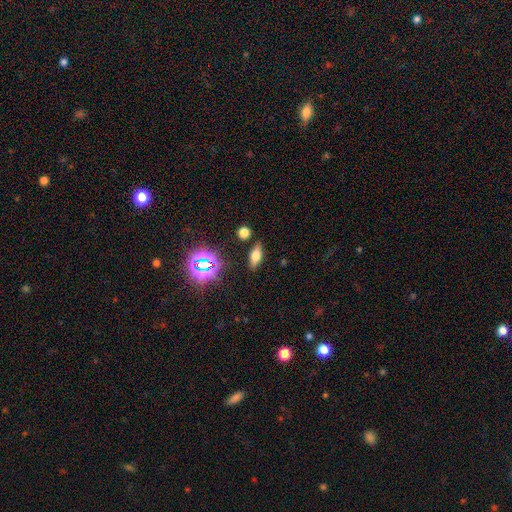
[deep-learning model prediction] smooth 53%, featured or disk 28%, star or artifact 19%. Down the decision tree: how rounded — in between (66%); merging — none (85%).